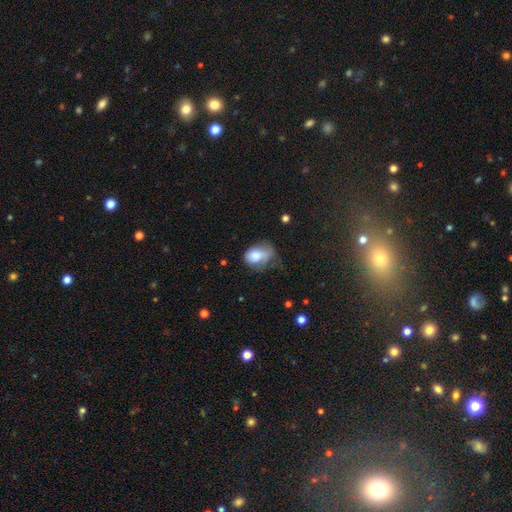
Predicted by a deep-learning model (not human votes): Smooth or featured? smooth (74%)
How rounded? in between (73%)
Merging? minor disturbance (37%)